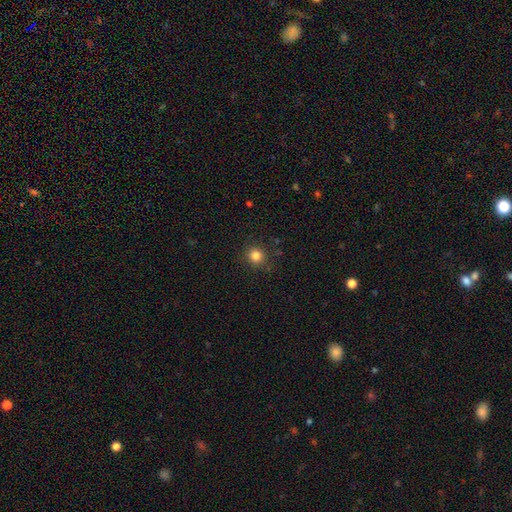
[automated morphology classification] smooth_or_featured: smooth (p=0.82) [alt: star or artifact p=0.13]
how_rounded: round (p=0.91) [alt: in between p=0.08]
merging: none (p=0.89) [alt: minor disturbance p=0.07]